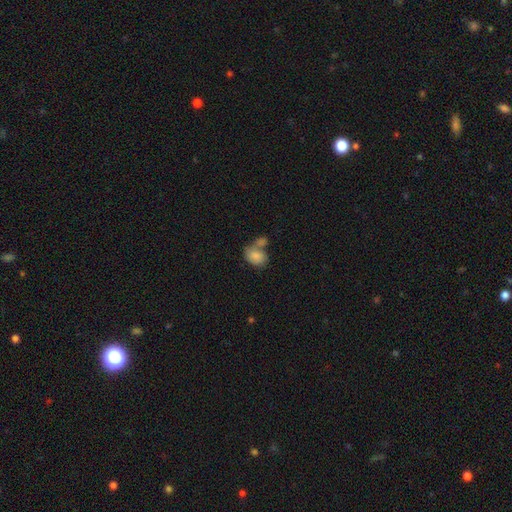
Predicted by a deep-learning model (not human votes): Smooth or featured?
  - smooth: 83% *
  - featured or disk: 10%
  - star or artifact: 7%
How rounded?
  - in between: 74% *
  - round: 25%
  - cigar-shaped: 1%
Merging?
  - merger: 49% *
  - none: 31%
  - minor disturbance: 13%
  - major disturbance: 6%